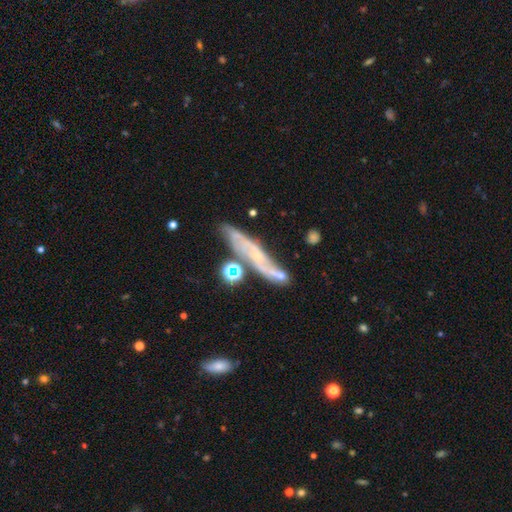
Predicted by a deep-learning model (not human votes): Smooth or featured: featured or disk — 63% (smooth — 25%)
Edge-on disk: yes — 55% (no — 45%)
Merging: none — 55% (minor disturbance — 20%)